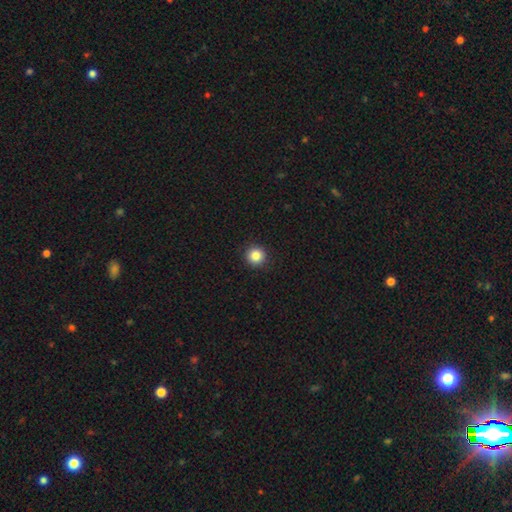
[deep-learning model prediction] Smooth or featured? Predicted: smooth (p=0.85). How rounded? Predicted: round (p=0.95). Merging? Predicted: none (p=0.93).